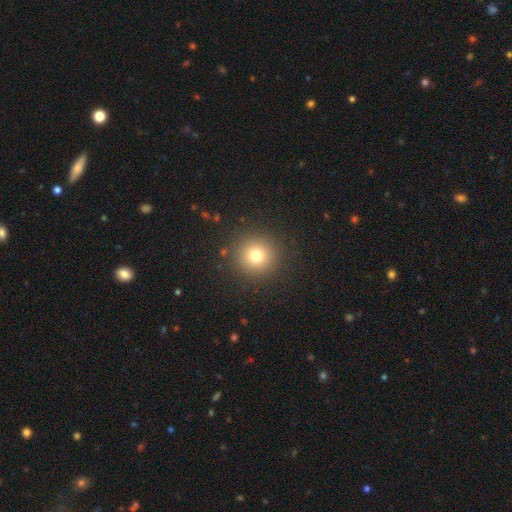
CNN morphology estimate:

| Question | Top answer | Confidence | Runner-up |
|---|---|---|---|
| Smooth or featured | smooth | 76% | star or artifact (15%) |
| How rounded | round | 95% | in between (4%) |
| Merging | none | 90% | minor disturbance (6%) |